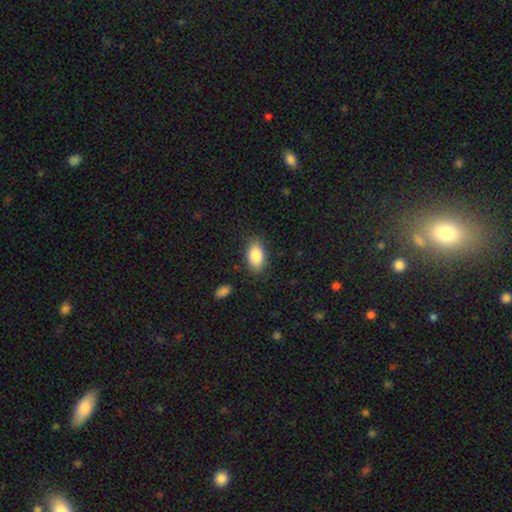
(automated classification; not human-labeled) Overall: smooth (87%). How rounded: in between (92%). Merging: none (84%).